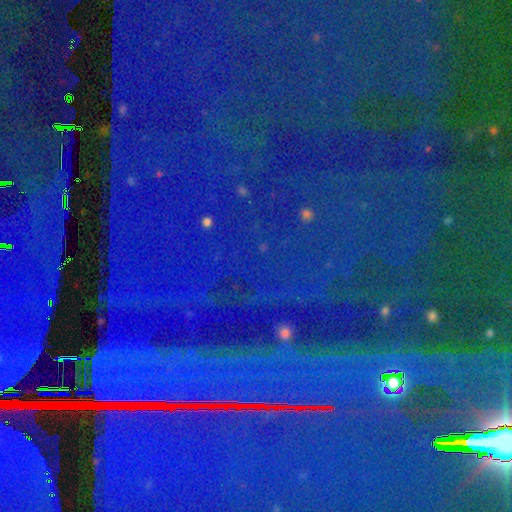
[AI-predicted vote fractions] Smooth or featured? Predicted: star or artifact (p=0.86).